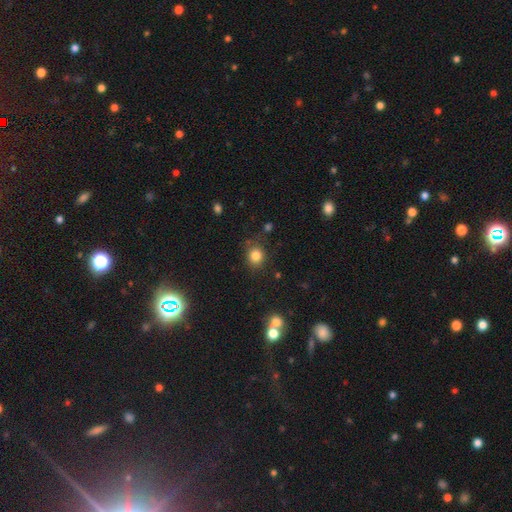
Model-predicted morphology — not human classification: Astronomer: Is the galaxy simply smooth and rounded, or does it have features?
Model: smooth — 82%.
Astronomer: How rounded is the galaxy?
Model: round — 79%.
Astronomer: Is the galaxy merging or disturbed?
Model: none — 78%.